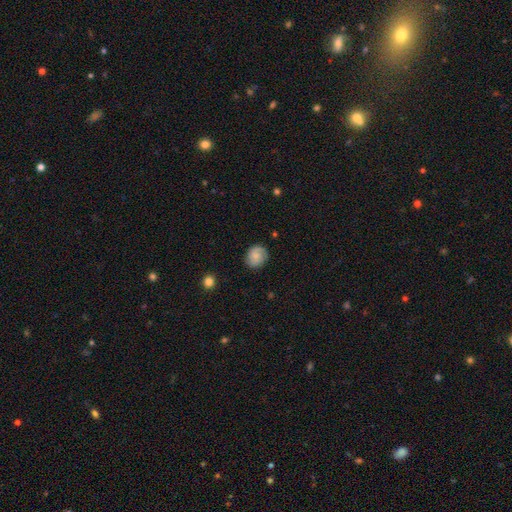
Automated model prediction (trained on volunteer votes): smooth_or_featured: smooth (p=0.59) [alt: featured or disk p=0.33]
how_rounded: round (p=0.68) [alt: in between p=0.31]
merging: none (p=0.79) [alt: minor disturbance p=0.15]